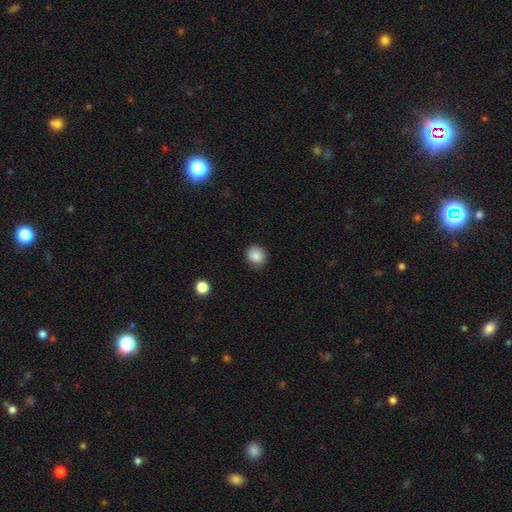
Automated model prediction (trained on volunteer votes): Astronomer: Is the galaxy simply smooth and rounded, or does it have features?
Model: smooth — 86%.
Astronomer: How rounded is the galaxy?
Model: round — 82%.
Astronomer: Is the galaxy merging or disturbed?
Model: none — 84%.